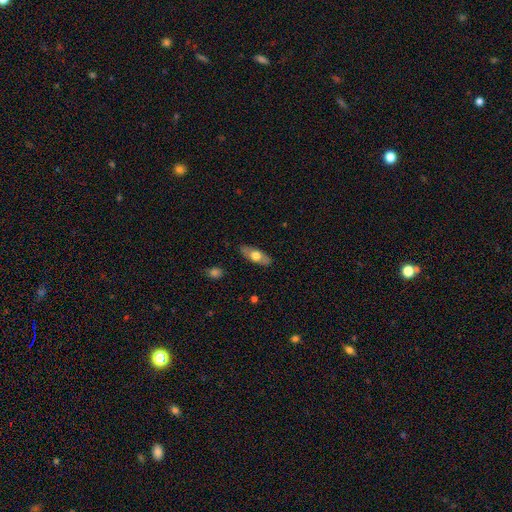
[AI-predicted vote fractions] This appears to be a smooth galaxy with no disk features (56%) that is in between round and cigar-shaped (76%). Merging: none (86%).